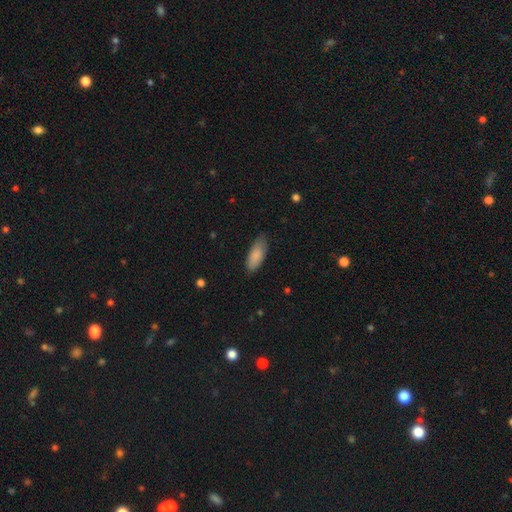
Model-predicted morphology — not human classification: type=smooth (86%); roundness=in between (80%); merging=none (72%).